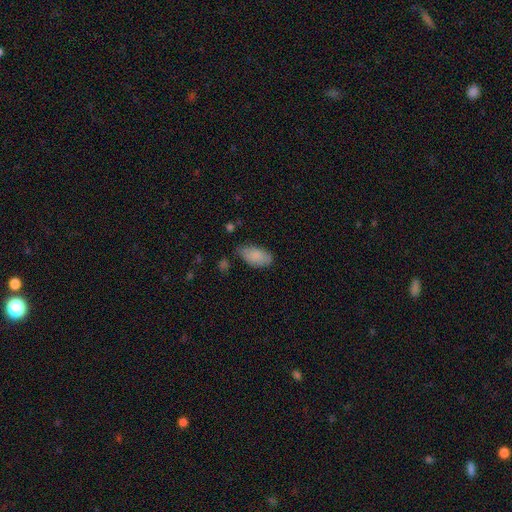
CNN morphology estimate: Smooth or featured? smooth (87%)
How rounded? in between (94%)
Merging? none (66%)